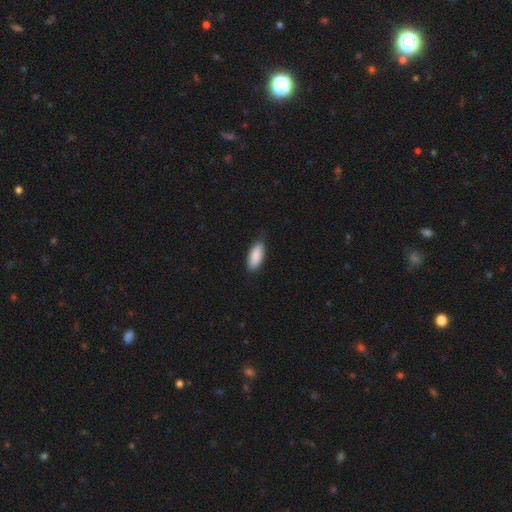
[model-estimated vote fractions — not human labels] Smooth or featured? Predicted: smooth (p=0.90). How rounded? Predicted: in between (p=0.83). Merging? Predicted: none (p=0.78).